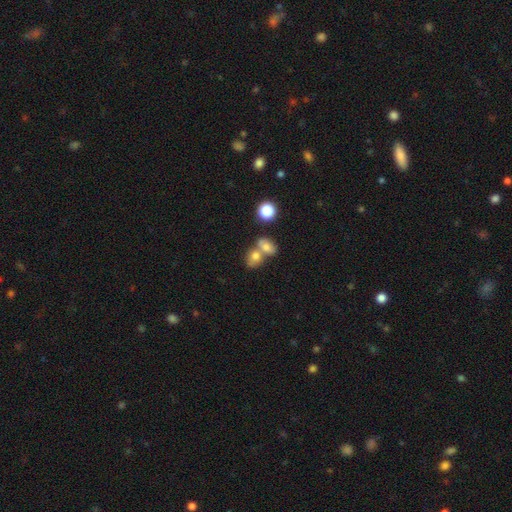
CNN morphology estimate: A smooth galaxy with no disk features (57%) that is round (49%).

Vote fractions:
- Smooth or featured? smooth: 57% / featured or disk: 22% / star or artifact: 21%
- How rounded? round: 49% / in between: 47% / cigar-shaped: 4%
- Merging? merger: 52% / none: 36% / minor disturbance: 8% / major disturbance: 5%